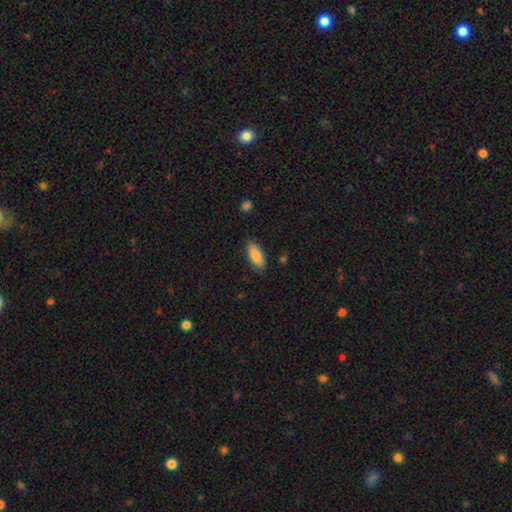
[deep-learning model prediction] A smooth galaxy with no disk features (86%) that is in between round and cigar-shaped (77%). Merging: none (84%).